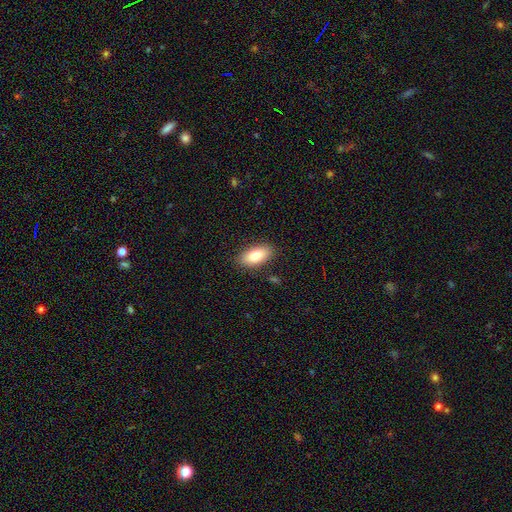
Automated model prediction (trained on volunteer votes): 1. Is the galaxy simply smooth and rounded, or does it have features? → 80% smooth, 13% featured or disk, 7% star or artifact.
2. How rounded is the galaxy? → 89% in between, 7% cigar-shaped, 3% round.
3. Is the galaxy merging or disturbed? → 87% none, 10% minor disturbance, 2% major disturbance, 1% merger.